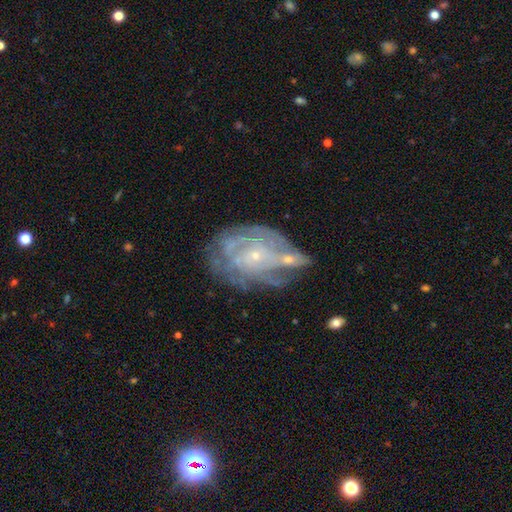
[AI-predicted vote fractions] A featured or disk galaxy (81%) with no bar (75%), tight (68%) spiral arms (84%) and a small central bulge (83%). Merging: none (45%).